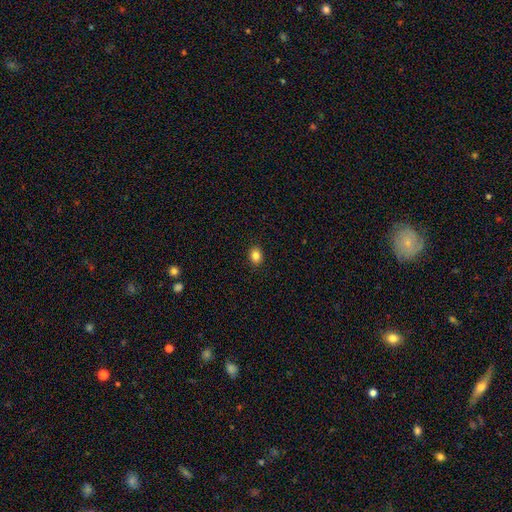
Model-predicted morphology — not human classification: This appears to be a smooth galaxy with no disk features (85%) that is round (50%). Merging: none (90%).